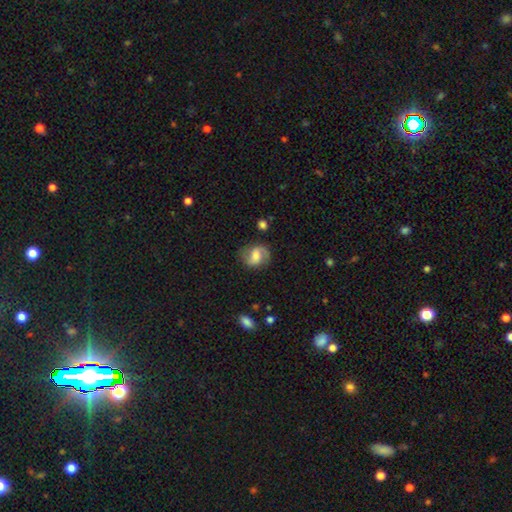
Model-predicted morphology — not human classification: Smooth or featured? Predicted: featured or disk (p=0.62). Edge-on disk? Predicted: no (p=0.97). Bar? Predicted: weak (p=0.47). Spiral arms? Predicted: yes (p=0.91). Spiral winding? Predicted: medium (p=0.45). Spiral arm count? Predicted: 2 (p=0.87). Bulge size? Predicted: moderate (p=0.50). Merging? Predicted: none (p=0.74).